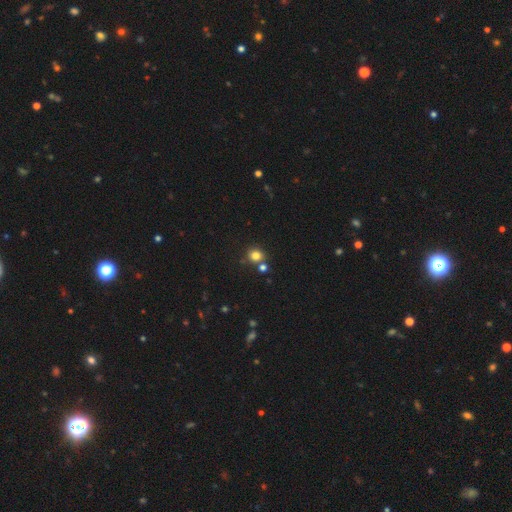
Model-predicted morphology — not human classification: Overall: smooth (80%). How rounded: round (86%). Merging: none (72%).